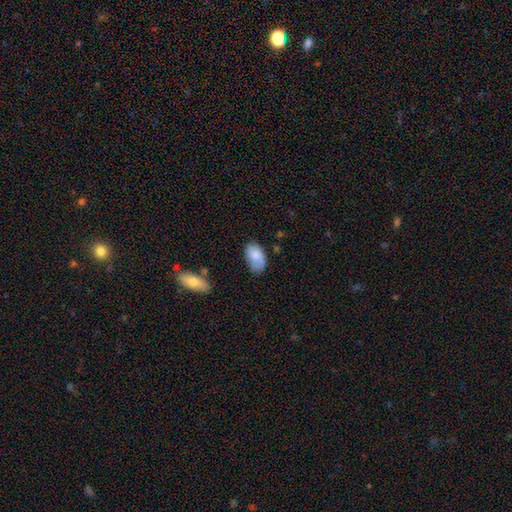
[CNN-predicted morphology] smooth_or_featured: smooth (p=0.80) [alt: featured or disk p=0.13]
how_rounded: in between (p=0.93) [alt: round p=0.06]
merging: none (p=0.55) [alt: minor disturbance p=0.32]